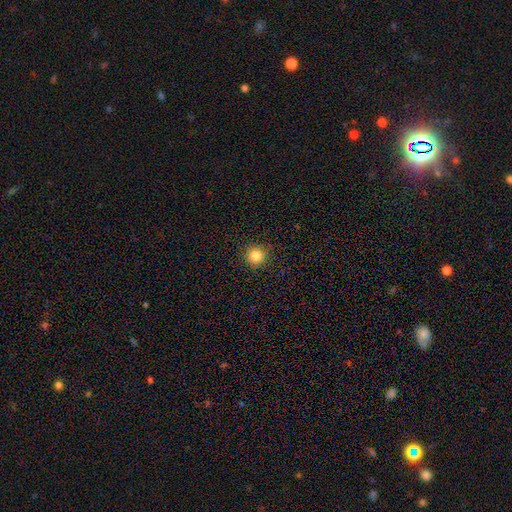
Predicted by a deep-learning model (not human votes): Smooth or featured? Predicted: smooth (p=0.82). How rounded? Predicted: round (p=0.95). Merging? Predicted: none (p=0.91).